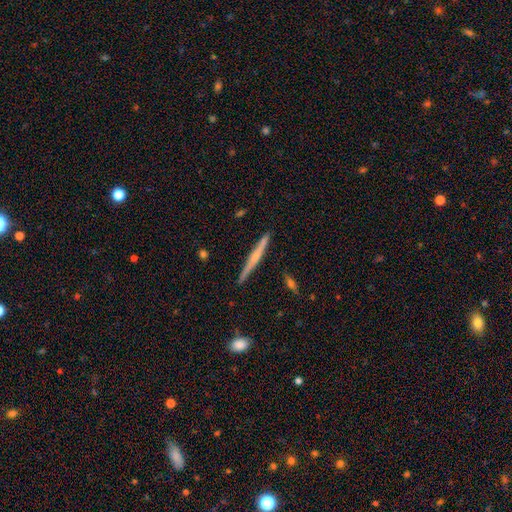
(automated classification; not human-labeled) Smooth or featured? featured or disk (63%)
Edge-on disk? yes (98%)
Edge-on bulge? rounded (57%)
Merging? none (90%)